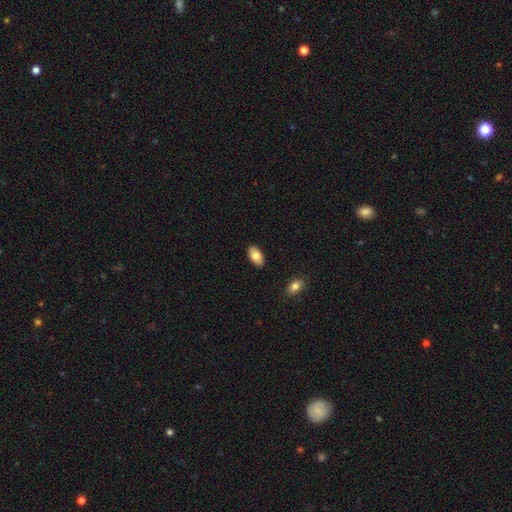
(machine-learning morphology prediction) A smooth galaxy with no disk features (83%) that is in between round and cigar-shaped (95%). Merging: none (89%).